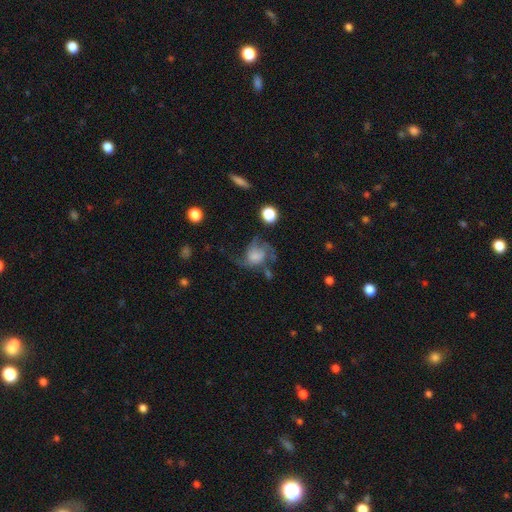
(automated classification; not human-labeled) smooth_or_featured: featured or disk (p=0.59) [alt: smooth p=0.31]
disk_edge_on: no (p=0.98) [alt: yes p=0.02]
bar: no (p=0.77) [alt: weak p=0.20]
has_spiral_arms: yes (p=0.80) [alt: no p=0.20]
bulge_size: none (p=0.29) [alt: small p=0.23]
merging: major disturbance (p=0.38) [alt: none p=0.36]